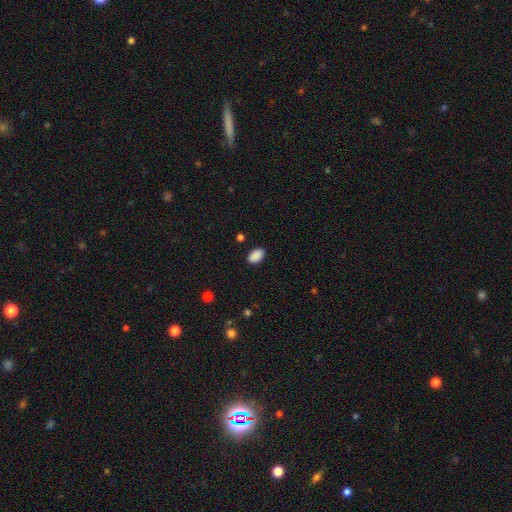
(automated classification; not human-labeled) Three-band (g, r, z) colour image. It shows a smooth galaxy with no disk features (89%) that is in between round and cigar-shaped (91%). Merging: none (87%).